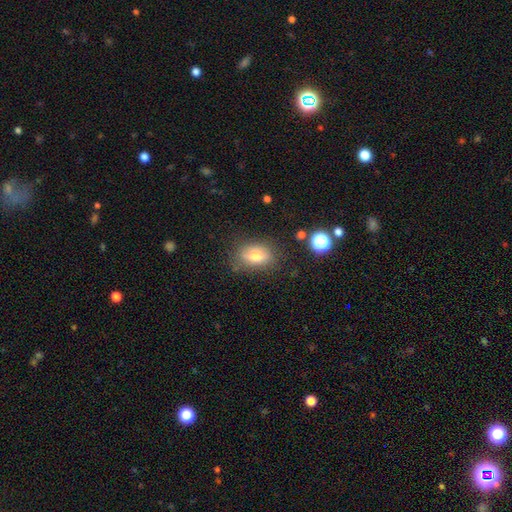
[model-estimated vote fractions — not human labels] smooth-or-featured: smooth: 73% | featured or disk: 16% | star or artifact: 11%
  how-rounded: in between: 81% | round: 16% | cigar-shaped: 3%
  merging: none: 75% | minor disturbance: 17% | major disturbance: 5% | merger: 3%